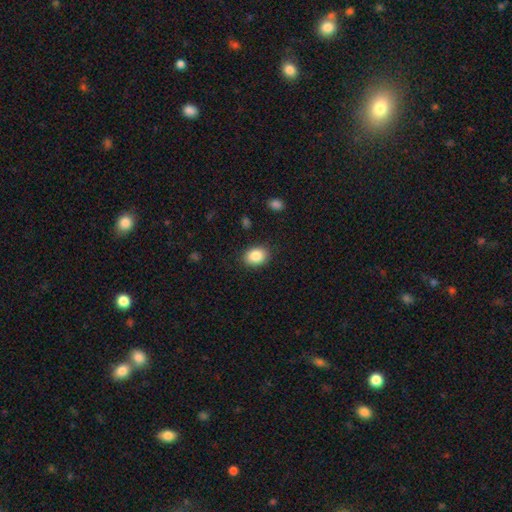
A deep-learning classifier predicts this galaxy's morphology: Smooth or featured?
  - smooth: 87% *
  - star or artifact: 8%
  - featured or disk: 5%
How rounded?
  - in between: 68% *
  - round: 31%
  - cigar-shaped: 1%
Merging?
  - none: 88% *
  - minor disturbance: 9%
  - major disturbance: 2%
  - merger: 1%